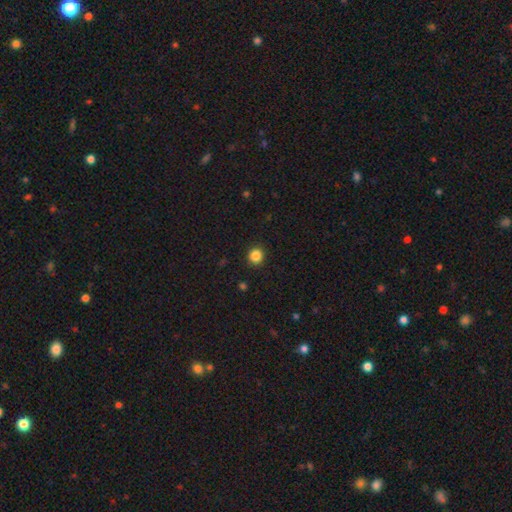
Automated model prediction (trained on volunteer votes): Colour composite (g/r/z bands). It shows a smooth galaxy with no disk features (86%) that is round (91%). Merging: none (92%).